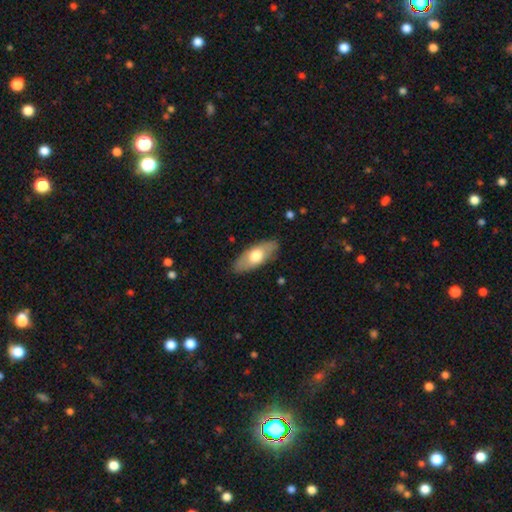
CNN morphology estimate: smooth_or_featured: smooth (p=0.62) [alt: featured or disk p=0.33]
how_rounded: in between (p=0.81) [alt: cigar-shaped p=0.17]
merging: none (p=0.85) [alt: minor disturbance p=0.11]